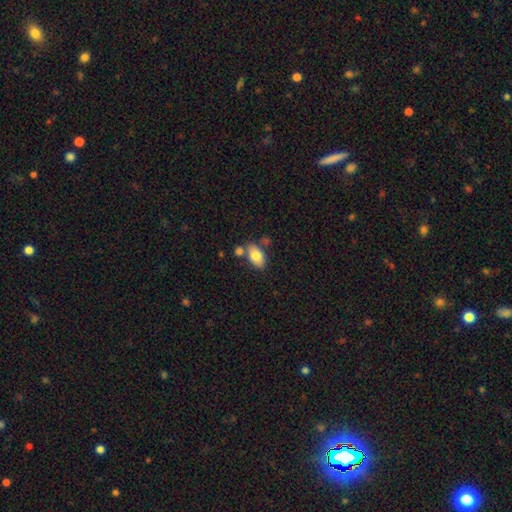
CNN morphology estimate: smooth 80%, featured or disk 13%, star or artifact 7%. Down the decision tree: how rounded — in between (92%); merging — none (63%).